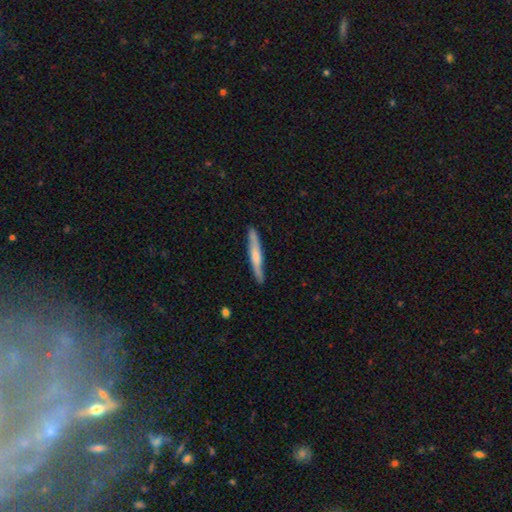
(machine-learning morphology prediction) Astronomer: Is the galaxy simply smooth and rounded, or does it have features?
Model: smooth — 50% (runner-up: featured or disk, 45%).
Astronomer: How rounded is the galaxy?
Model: cigar-shaped — 95%.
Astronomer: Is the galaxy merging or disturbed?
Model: none — 86%.